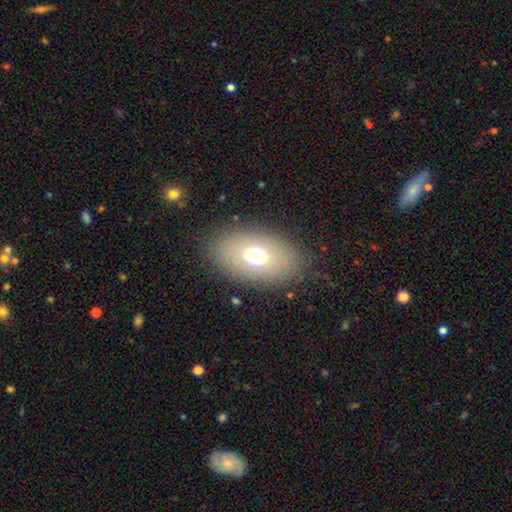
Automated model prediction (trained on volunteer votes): This appears to be a smooth galaxy with no disk features (68%) that is in between round and cigar-shaped (86%). Merging: none (85%).